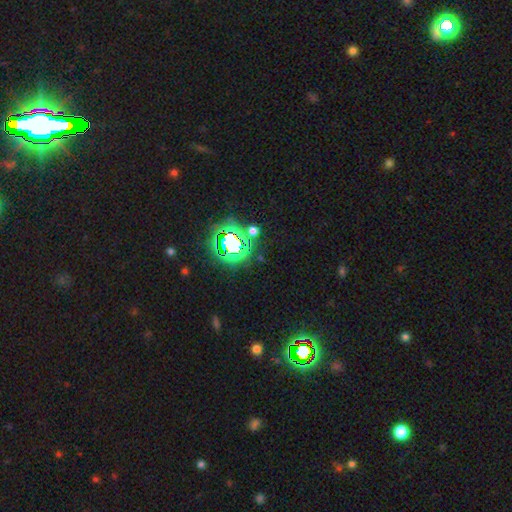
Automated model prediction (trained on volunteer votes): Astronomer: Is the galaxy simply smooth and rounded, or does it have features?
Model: star or artifact — 80%.